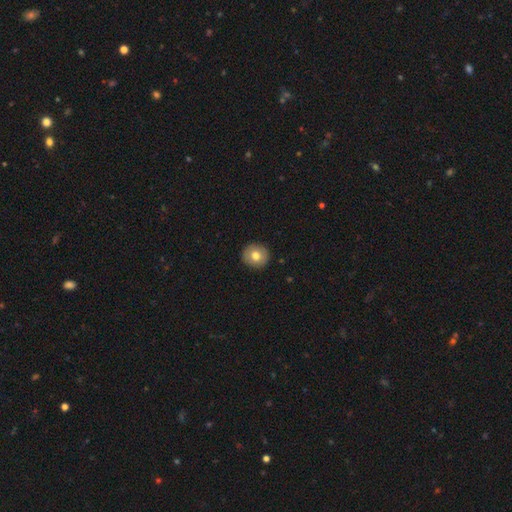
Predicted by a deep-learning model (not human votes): The model was most divided on "smooth or featured": smooth: 74%, featured or disk: 18%, star or artifact: 8%. More confident: merging — none (92%); how rounded — round (91%).